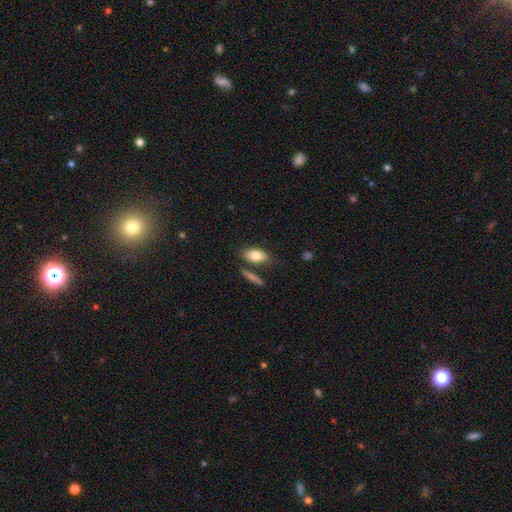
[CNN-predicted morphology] Overall: smooth (79%). How rounded: in between (86%). Merging: none (67%).